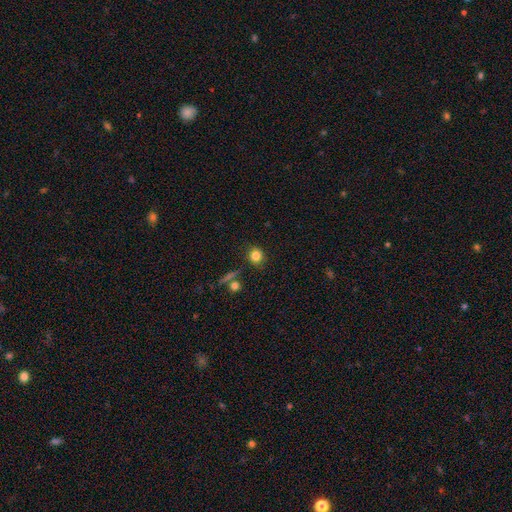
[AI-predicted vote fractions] Smooth or featured? smooth (82%)
How rounded? round (85%)
Merging? none (85%)